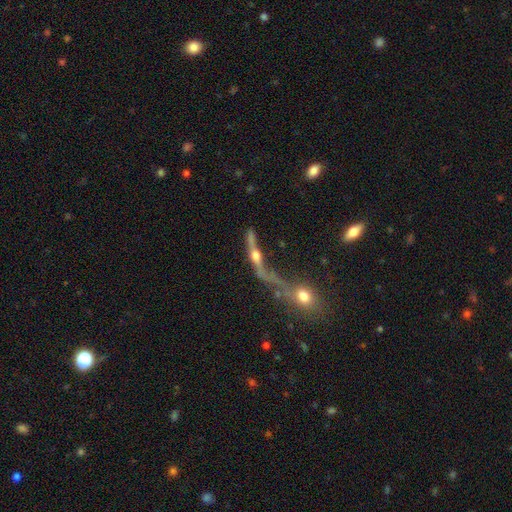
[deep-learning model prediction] Smooth or featured? Predicted: featured or disk (p=0.62). Edge-on disk? Predicted: yes (p=0.67). Merging? Predicted: merger (p=0.41).